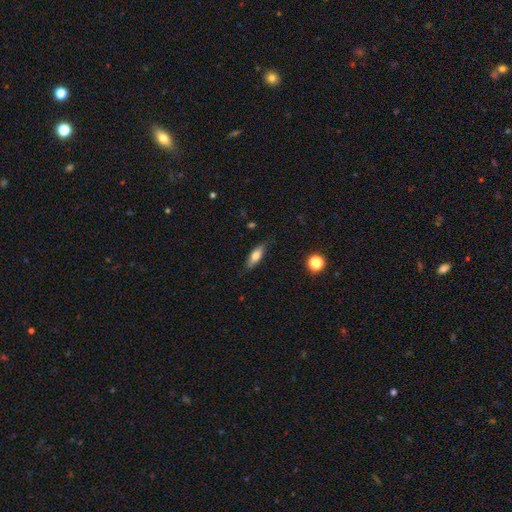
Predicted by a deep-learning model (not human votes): Q: Smooth or featured?
A: smooth (70%); runner-up: featured or disk (23%)
Q: How rounded?
A: in between (56%); runner-up: cigar-shaped (41%)
Q: Merging?
A: none (83%); runner-up: minor disturbance (13%)